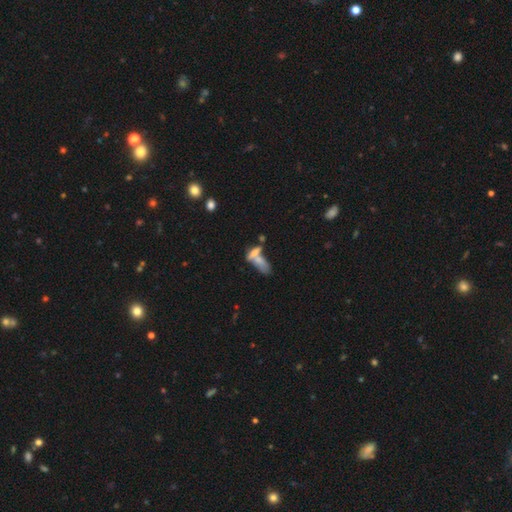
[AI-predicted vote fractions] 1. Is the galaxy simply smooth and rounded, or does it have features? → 62% smooth, 27% featured or disk, 11% star or artifact.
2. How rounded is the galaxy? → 62% in between, 33% cigar-shaped, 5% round.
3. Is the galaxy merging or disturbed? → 58% merger, 23% none, 10% minor disturbance, 9% major disturbance.